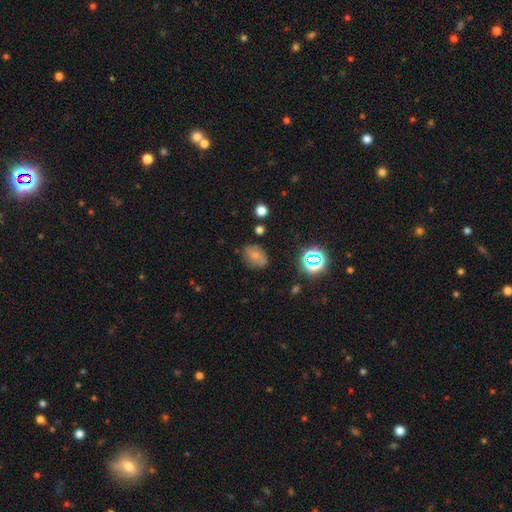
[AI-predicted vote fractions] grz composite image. It shows a smooth galaxy with no disk features (61%) that is in between round and cigar-shaped (66%). Merging: none (69%).